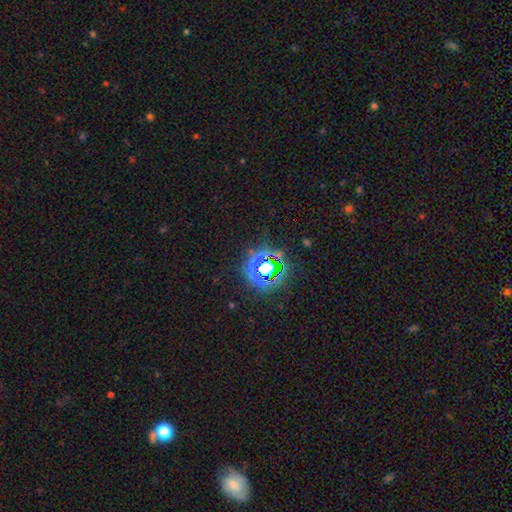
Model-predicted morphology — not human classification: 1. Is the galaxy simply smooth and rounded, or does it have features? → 78% star or artifact, 15% smooth, 7% featured or disk.